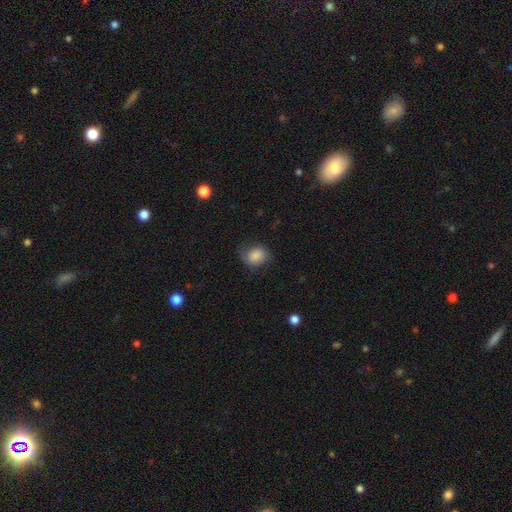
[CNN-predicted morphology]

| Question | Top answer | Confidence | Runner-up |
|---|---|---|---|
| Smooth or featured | smooth | 79% | featured or disk (13%) |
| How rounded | round | 52% | in between (47%) |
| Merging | none | 62% | minor disturbance (26%) |